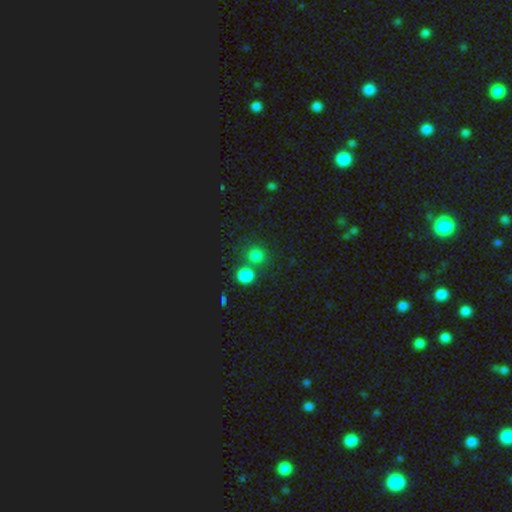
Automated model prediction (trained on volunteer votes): Q: Smooth or featured?
A: smooth (78%); runner-up: star or artifact (16%)
Q: How rounded?
A: round (85%); runner-up: in between (14%)
Q: Merging?
A: none (61%); runner-up: merger (28%)